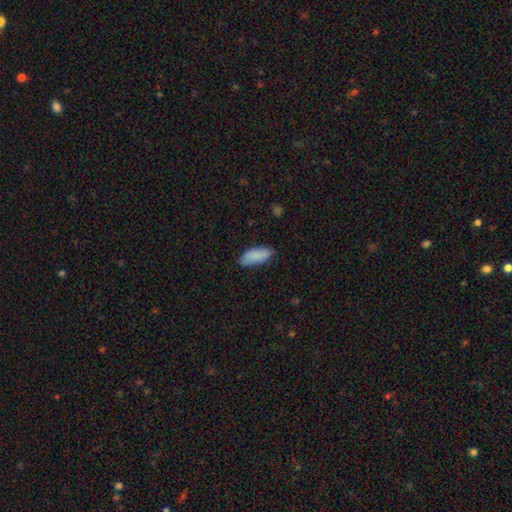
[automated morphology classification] Smooth or featured: smooth — 85% (featured or disk — 9%)
How rounded: in between — 82% (cigar-shaped — 17%)
Merging: none — 73% (minor disturbance — 21%)